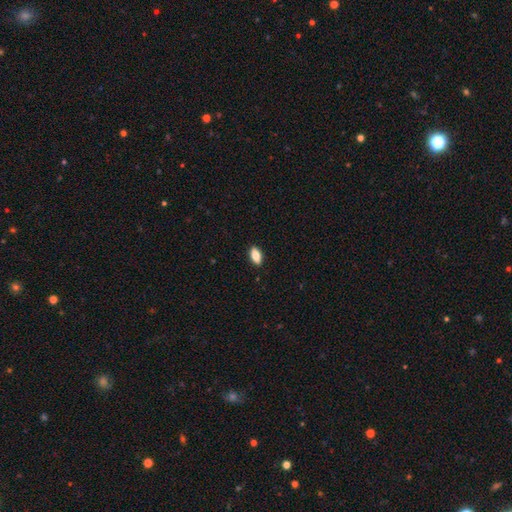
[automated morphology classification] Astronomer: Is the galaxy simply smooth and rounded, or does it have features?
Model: smooth — 80%.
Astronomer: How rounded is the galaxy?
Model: in between — 87%.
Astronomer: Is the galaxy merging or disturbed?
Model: none — 89%.